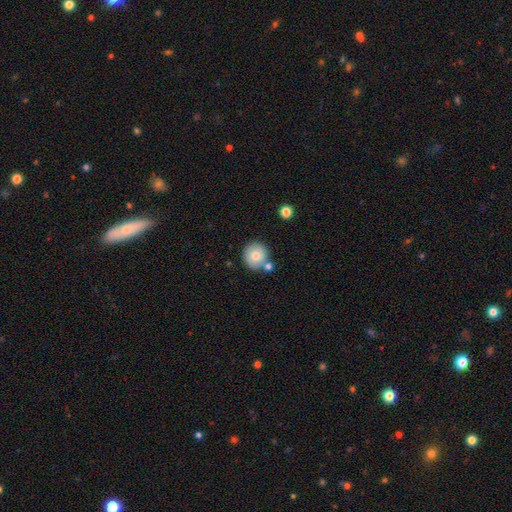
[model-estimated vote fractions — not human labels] This is likely a smooth galaxy (75%). How rounded: clearly round (92%). Merging: likely none (73%).